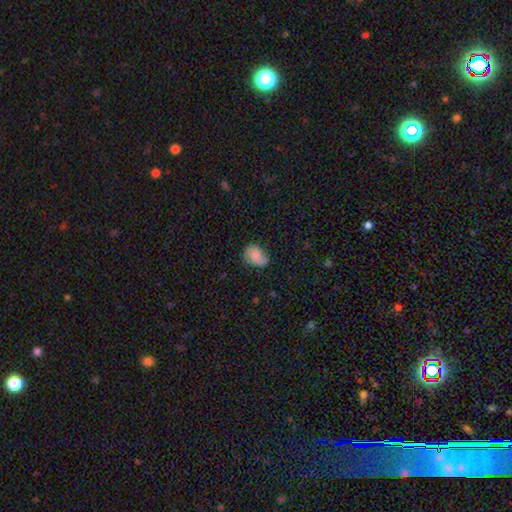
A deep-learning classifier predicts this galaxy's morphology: Smooth or featured: smooth — 62% (featured or disk — 29%)
How rounded: in between — 68% (round — 31%)
Merging: none — 59% (minor disturbance — 29%)